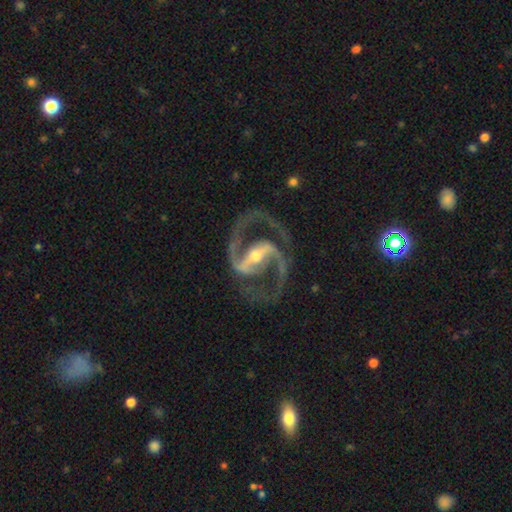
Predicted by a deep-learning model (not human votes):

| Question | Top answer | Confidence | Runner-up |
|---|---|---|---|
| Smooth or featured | featured or disk | 94% | star or artifact (4%) |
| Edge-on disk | no | 97% | yes (3%) |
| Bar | strong | 71% | weak (21%) |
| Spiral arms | yes | 98% | no (2%) |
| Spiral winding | medium | 67% | loose (17%) |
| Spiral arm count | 2 | 94% | 1 (1%) |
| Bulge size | moderate | 53% | small (41%) |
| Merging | none | 79% | minor disturbance (11%) |